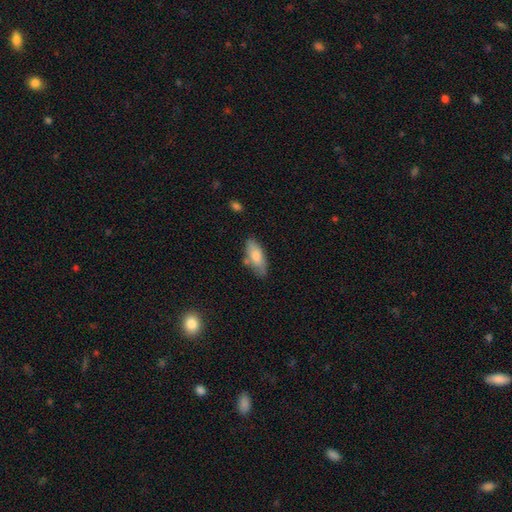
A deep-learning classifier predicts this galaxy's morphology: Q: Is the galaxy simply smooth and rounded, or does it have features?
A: smooth — 77%.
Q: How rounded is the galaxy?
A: in between — 84%.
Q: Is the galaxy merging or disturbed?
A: none — 68%.